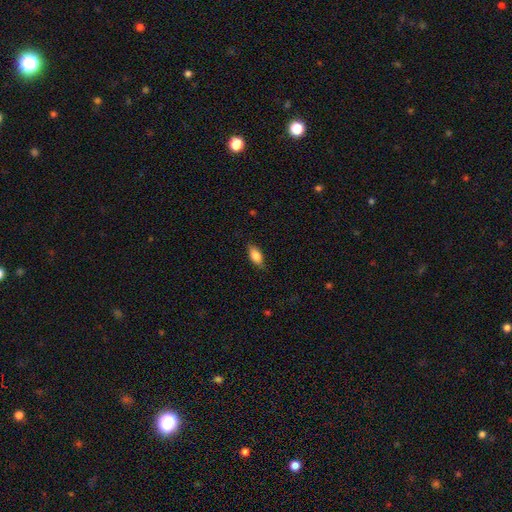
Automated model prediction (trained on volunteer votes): Morphology: type=smooth (84%); roundness=in between (88%); merging=none (80%).